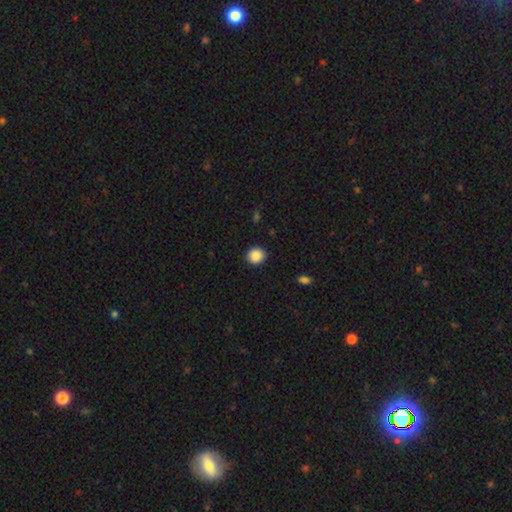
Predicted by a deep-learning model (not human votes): This is clearly a smooth galaxy (88%). How rounded: clearly round (87%). Merging: clearly none (91%).